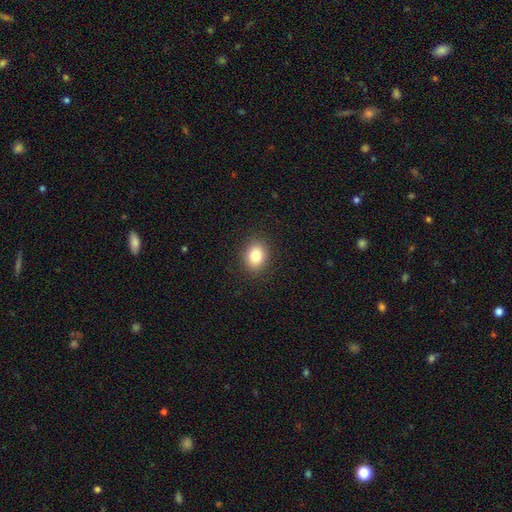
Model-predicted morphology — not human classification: Smooth or featured?
  - smooth: 84% *
  - star or artifact: 9%
  - featured or disk: 7%
How rounded?
  - in between: 53% *
  - round: 46%
  - cigar-shaped: 1%
Merging?
  - none: 89% *
  - minor disturbance: 8%
  - major disturbance: 2%
  - merger: 1%